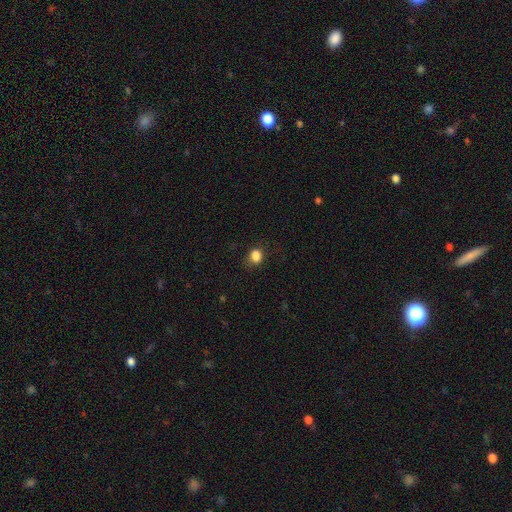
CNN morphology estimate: smooth 85%, star or artifact 11%, featured or disk 4%. Down the decision tree: how rounded — in between (53%); merging — none (72%).